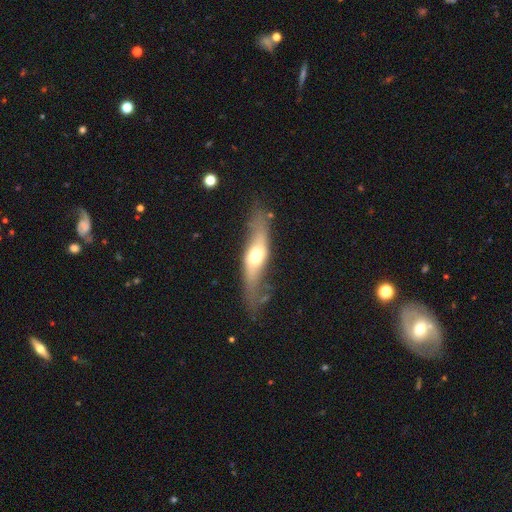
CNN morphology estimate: This appears to be a featured or disk galaxy (57%) viewed edge-on (54%). Merging: none (58%).